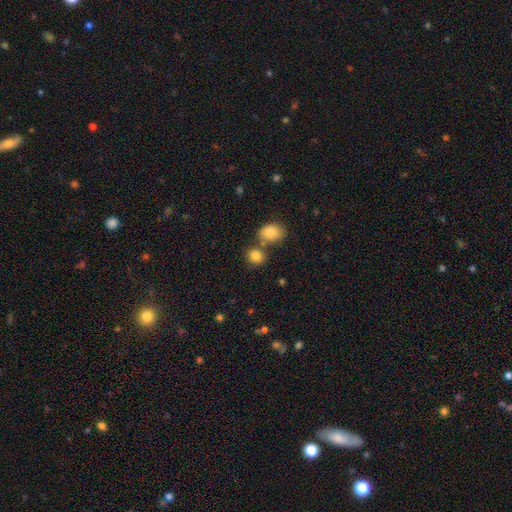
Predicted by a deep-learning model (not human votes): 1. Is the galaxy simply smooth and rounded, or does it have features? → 84% smooth, 10% star or artifact, 6% featured or disk.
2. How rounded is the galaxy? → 69% round, 29% in between, 1% cigar-shaped.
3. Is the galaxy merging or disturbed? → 61% none, 26% merger, 9% minor disturbance, 3% major disturbance.